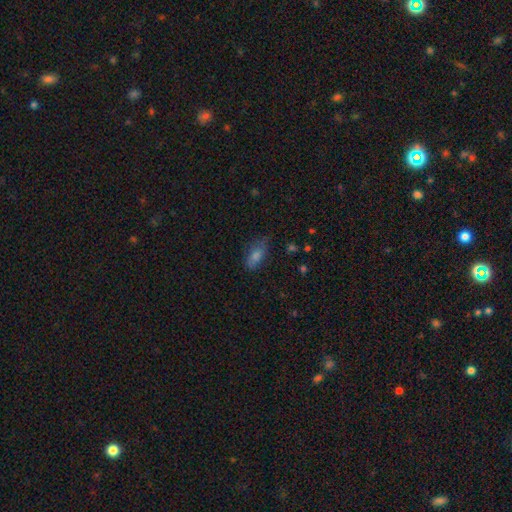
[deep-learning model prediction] Smooth or featured? smooth (72%)
How rounded? in between (81%)
Merging? none (70%)